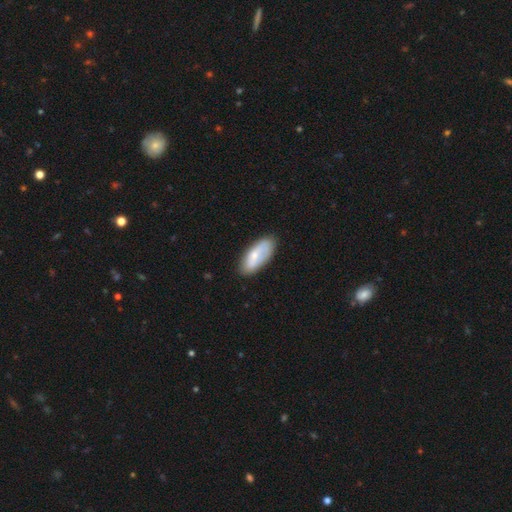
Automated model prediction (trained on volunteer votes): Smooth or featured?
  - smooth: 63% *
  - featured or disk: 31%
  - star or artifact: 6%
How rounded?
  - in between: 85% *
  - cigar-shaped: 13%
  - round: 2%
Merging?
  - none: 77% *
  - minor disturbance: 17%
  - major disturbance: 4%
  - merger: 2%